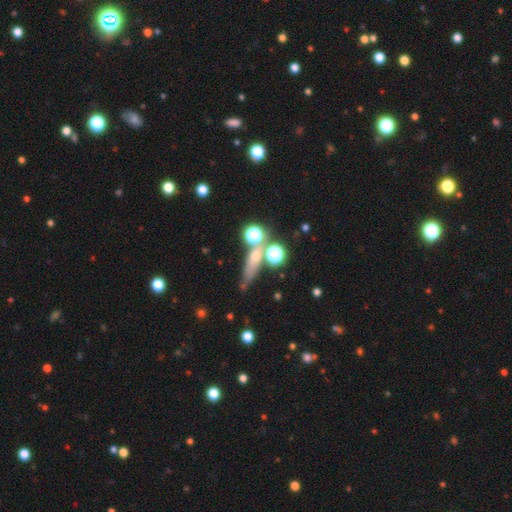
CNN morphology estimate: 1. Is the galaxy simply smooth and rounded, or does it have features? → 45% smooth, 28% star or artifact, 27% featured or disk.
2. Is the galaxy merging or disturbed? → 59% none, 18% merger, 15% minor disturbance, 9% major disturbance.